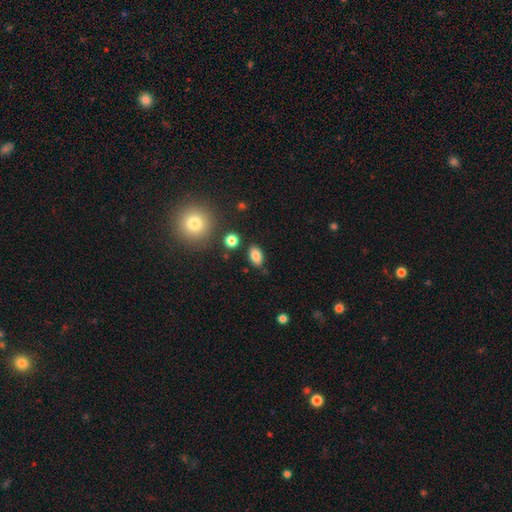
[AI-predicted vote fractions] This is clearly a smooth galaxy (84%). How rounded: clearly in between (87%). Merging: clearly none (83%).